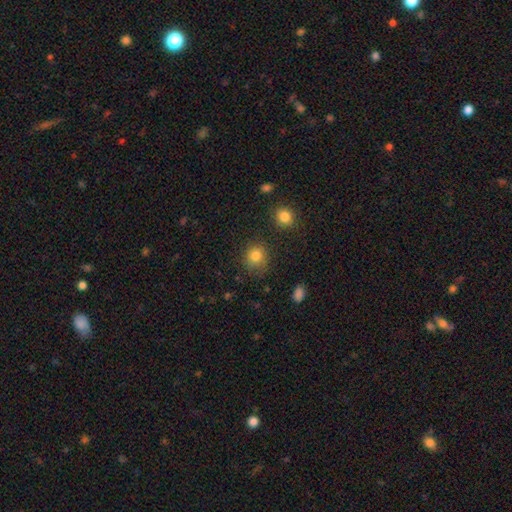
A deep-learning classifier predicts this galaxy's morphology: Smooth or featured: smooth — 82% (star or artifact — 12%)
How rounded: round — 85% (in between — 14%)
Merging: none — 82% (minor disturbance — 12%)